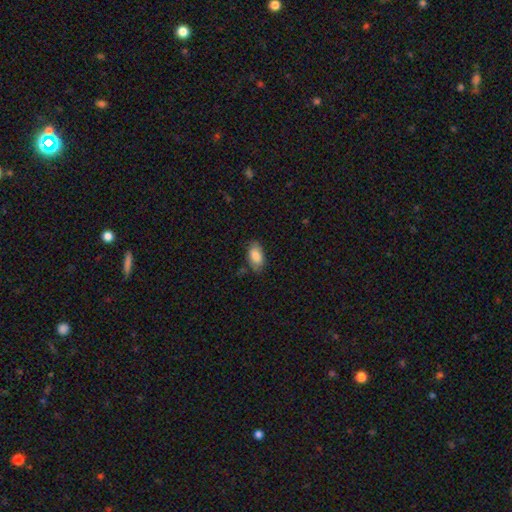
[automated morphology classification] Overall: smooth (80%). How rounded: in between (93%). Merging: none (76%).